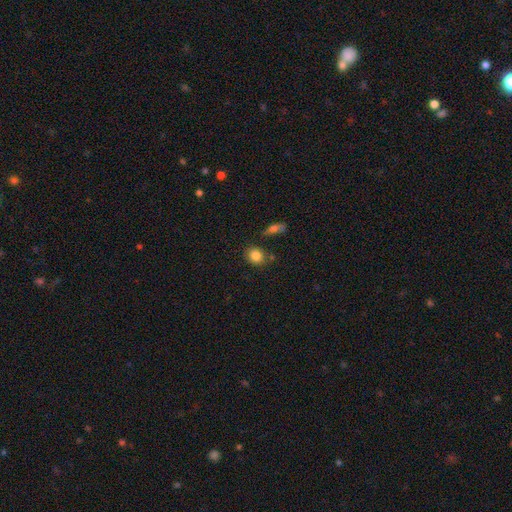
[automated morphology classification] Smooth or featured?
  - smooth: 84% *
  - star or artifact: 9%
  - featured or disk: 7%
How rounded?
  - round: 63% *
  - in between: 36%
  - cigar-shaped: 1%
Merging?
  - none: 77% *
  - minor disturbance: 13%
  - merger: 7%
  - major disturbance: 3%